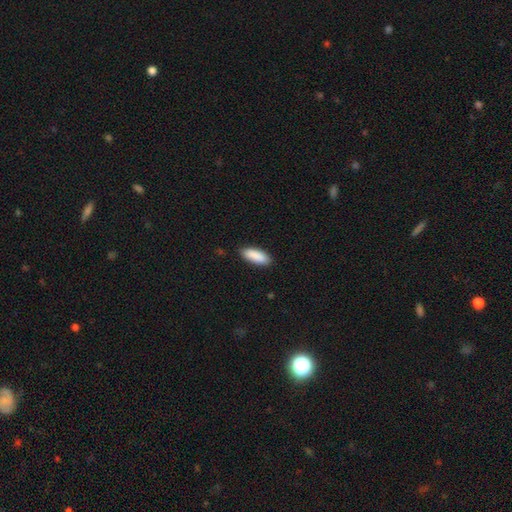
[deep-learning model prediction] Smooth or featured: smooth — 91% (star or artifact — 6%)
How rounded: in between — 70% (cigar-shaped — 29%)
Merging: none — 87% (minor disturbance — 10%)